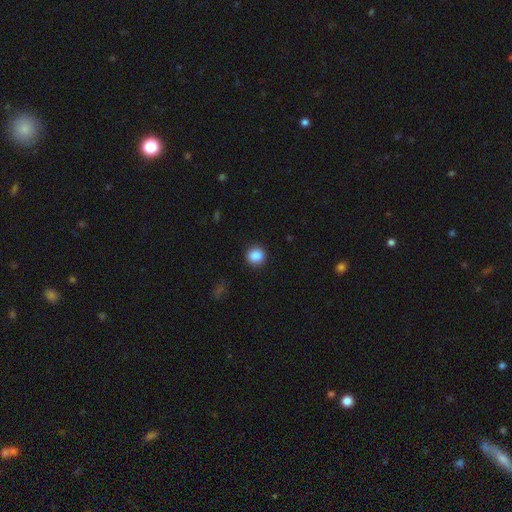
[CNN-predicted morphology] Smooth or featured: smooth — 88% (star or artifact — 9%)
How rounded: round — 81% (in between — 18%)
Merging: none — 90% (minor disturbance — 7%)